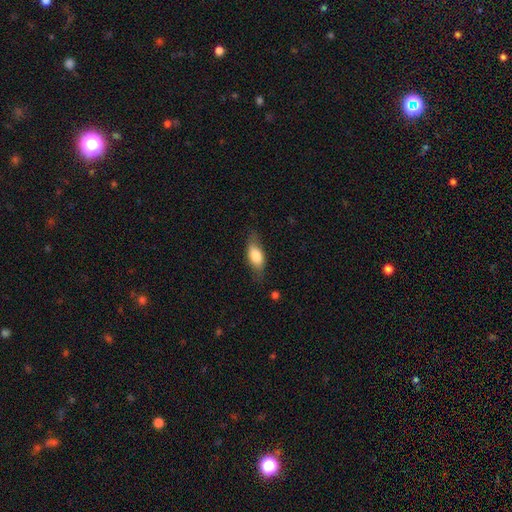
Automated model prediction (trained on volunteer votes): Morphology: type=smooth (71%); roundness=in between (78%); merging=none (71%).